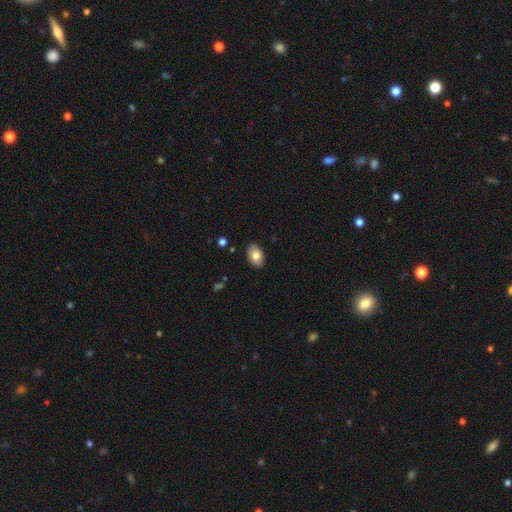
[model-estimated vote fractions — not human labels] Q: Smooth or featured?
A: smooth (80%); runner-up: featured or disk (13%)
Q: How rounded?
A: in between (89%); runner-up: round (10%)
Q: Merging?
A: none (89%); runner-up: minor disturbance (8%)